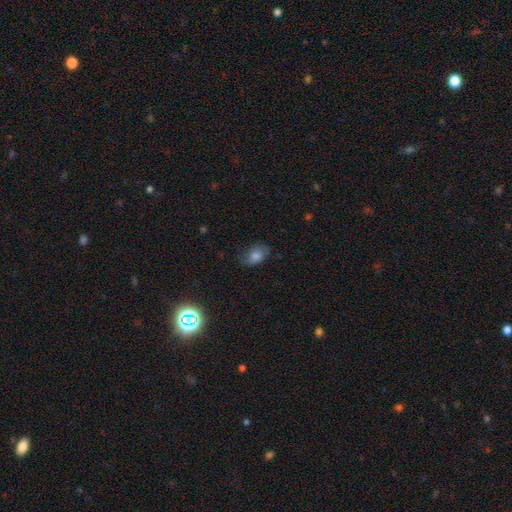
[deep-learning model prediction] Smooth or featured? smooth (66%)
How rounded? in between (78%)
Merging? none (63%)